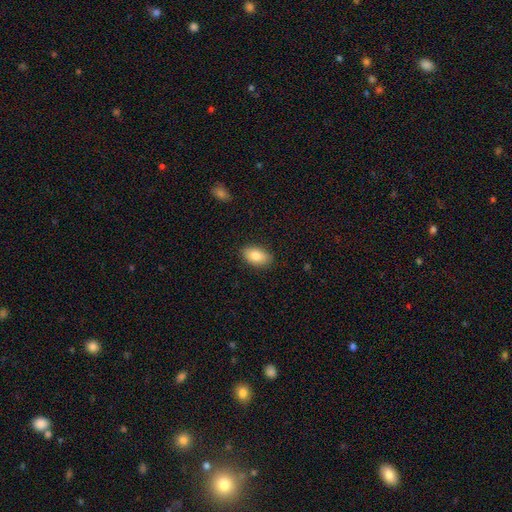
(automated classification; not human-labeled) Smooth or featured?
  - smooth: 82% *
  - featured or disk: 11%
  - star or artifact: 7%
How rounded?
  - in between: 92% *
  - round: 6%
  - cigar-shaped: 2%
Merging?
  - none: 87% *
  - minor disturbance: 10%
  - major disturbance: 2%
  - merger: 1%